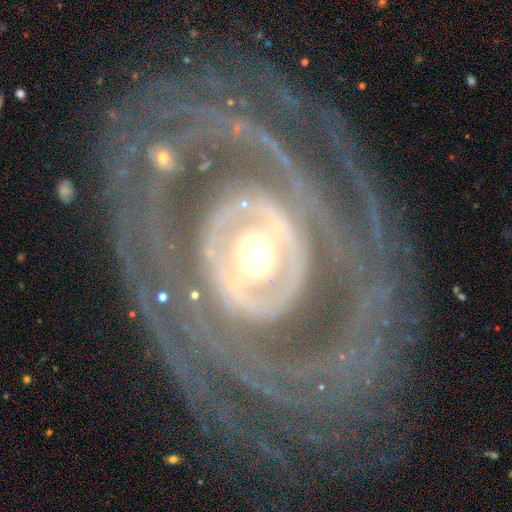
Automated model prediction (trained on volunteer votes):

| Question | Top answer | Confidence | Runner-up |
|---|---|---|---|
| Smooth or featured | featured or disk | 91% | smooth (5%) |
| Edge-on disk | no | 96% | yes (4%) |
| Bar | no | 41% | strong (32%) |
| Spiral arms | yes | 92% | no (8%) |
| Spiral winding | tight | 63% | medium (27%) |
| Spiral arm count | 2 | 31% | can't tell (23%) |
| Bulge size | moderate | 60% | small (21%) |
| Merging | none | 72% | minor disturbance (13%) |